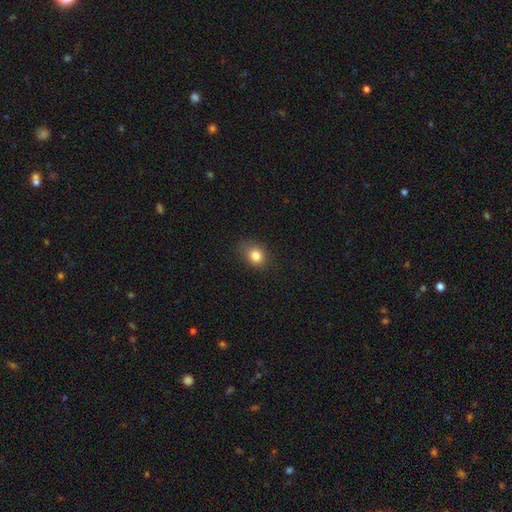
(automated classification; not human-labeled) This is clearly a smooth galaxy (81%). How rounded: possibly round (55%). Merging: likely none (74%).